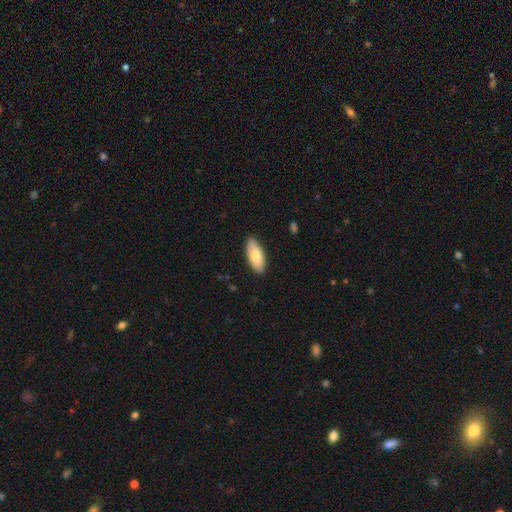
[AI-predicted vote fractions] smooth-or-featured: smooth: 79% | featured or disk: 15% | star or artifact: 5%
  how-rounded: in between: 84% | cigar-shaped: 15% | round: 2%
  merging: none: 87% | minor disturbance: 10% | major disturbance: 2% | merger: 1%